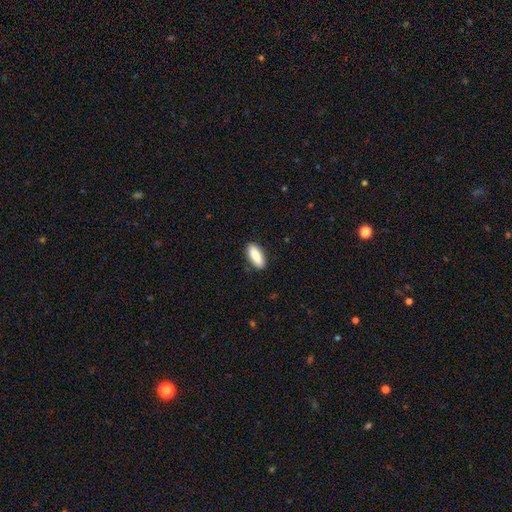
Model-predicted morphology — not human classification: Smooth or featured? Predicted: smooth (p=0.88). How rounded? Predicted: in between (p=0.75). Merging? Predicted: none (p=0.87).